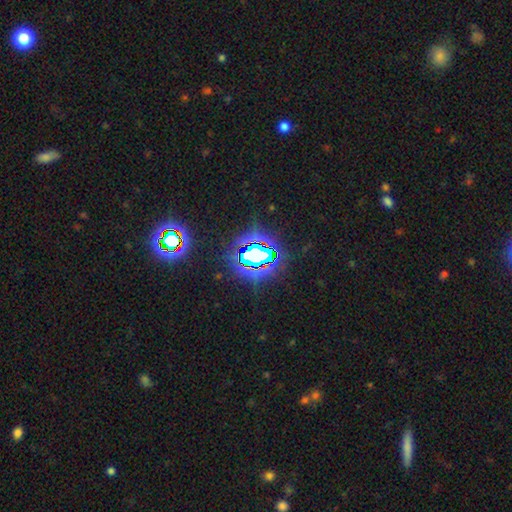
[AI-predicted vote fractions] Q: Smooth or featured?
A: star or artifact (75%); runner-up: smooth (13%)